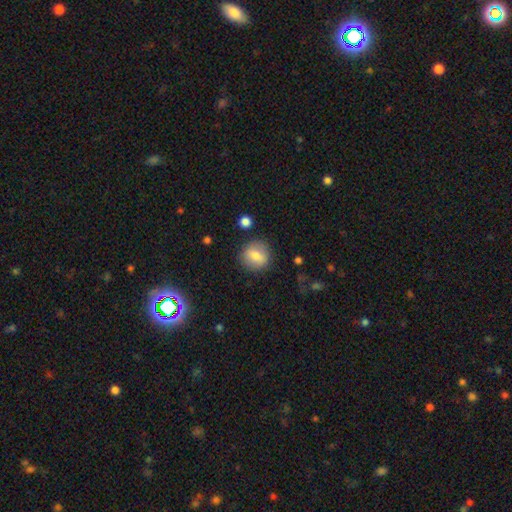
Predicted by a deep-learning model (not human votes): Morphology: type=smooth (74%); roundness=round (86%); merging=none (85%).